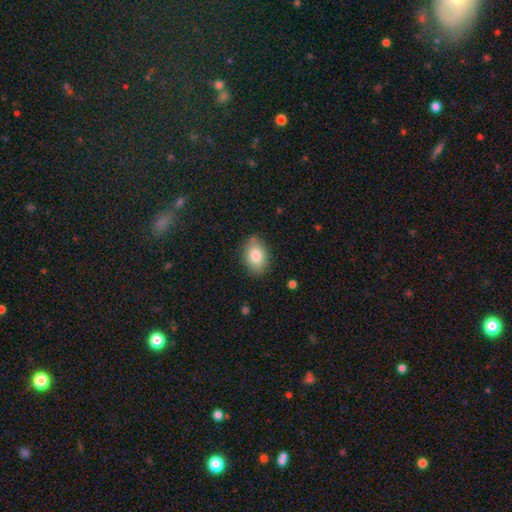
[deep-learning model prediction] smooth-or-featured: smooth: 83% | featured or disk: 10% | star or artifact: 7%
  how-rounded: in between: 82% | round: 17% | cigar-shaped: 1%
  merging: none: 85% | minor disturbance: 12% | major disturbance: 3% | merger: 1%